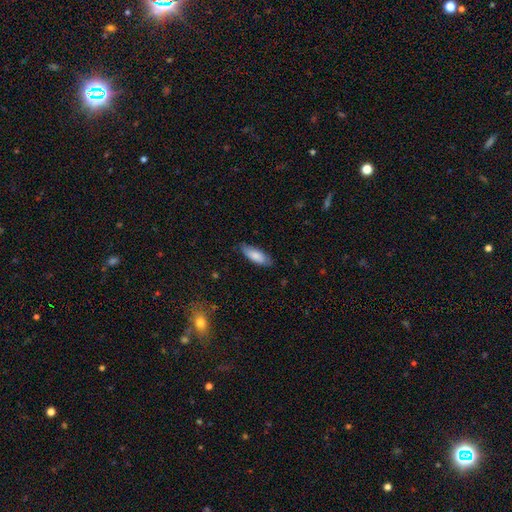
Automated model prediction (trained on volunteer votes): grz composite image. It shows a smooth galaxy with no disk features (82%) that is in between round and cigar-shaped (68%). Merging: none (81%).